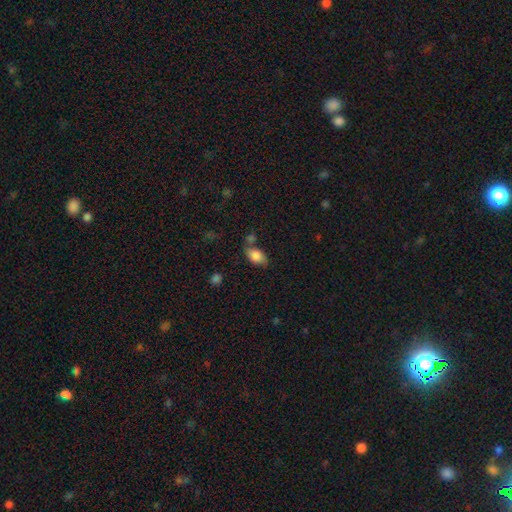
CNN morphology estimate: A smooth galaxy with no disk features (80%) that is in between round and cigar-shaped (86%). Merging: none (52%).